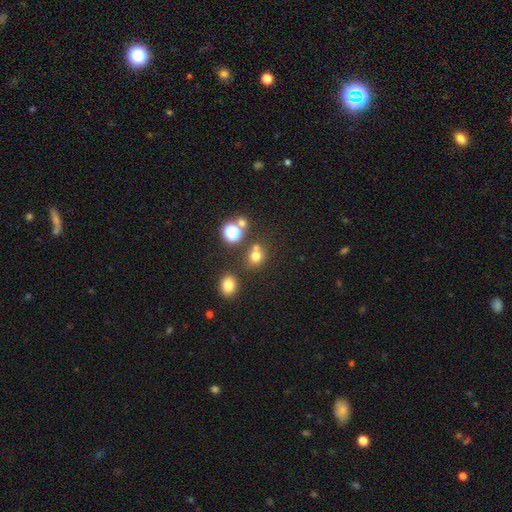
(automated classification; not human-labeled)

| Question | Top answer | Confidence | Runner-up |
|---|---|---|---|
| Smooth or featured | smooth | 69% | star or artifact (22%) |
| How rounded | round | 75% | in between (24%) |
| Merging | none | 63% | merger (21%) |